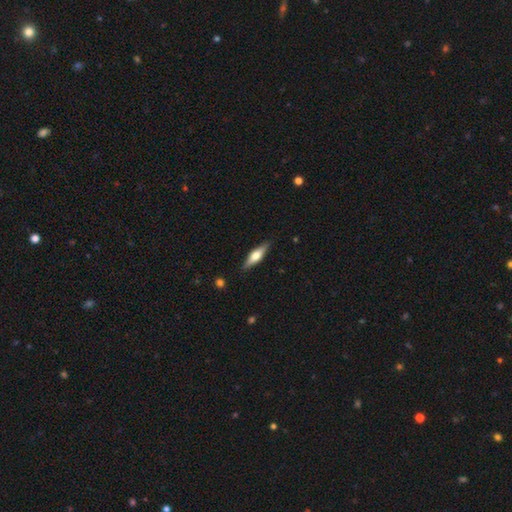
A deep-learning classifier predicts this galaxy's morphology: Smooth or featured?
  - featured or disk: 52% *
  - smooth: 43%
  - star or artifact: 6%
Edge-on disk?
  - yes: 94% *
  - no: 6%
Merging?
  - none: 87% *
  - minor disturbance: 10%
  - major disturbance: 2%
  - merger: 1%